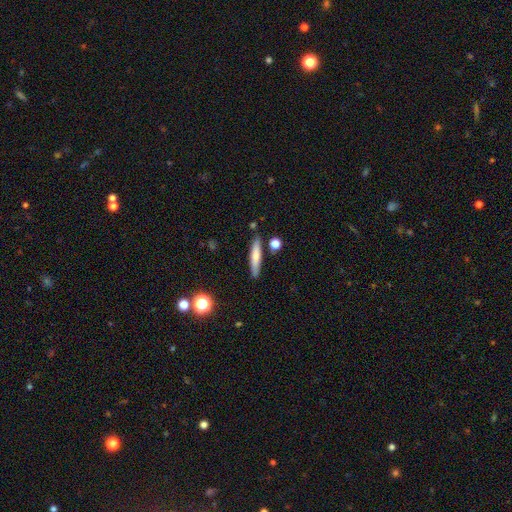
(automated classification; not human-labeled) smooth_or_featured: smooth (p=0.65) [alt: featured or disk p=0.28]
how_rounded: cigar-shaped (p=0.89) [alt: in between p=0.09]
merging: none (p=0.84) [alt: minor disturbance p=0.10]